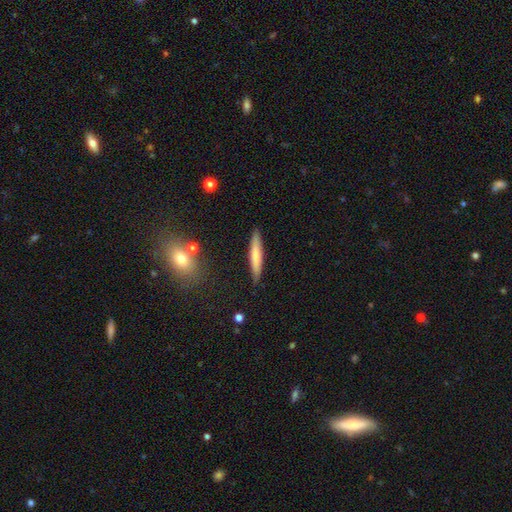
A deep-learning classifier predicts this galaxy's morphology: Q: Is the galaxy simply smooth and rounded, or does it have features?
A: smooth — 68%.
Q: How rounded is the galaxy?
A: cigar-shaped — 92%.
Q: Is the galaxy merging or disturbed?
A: none — 87%.